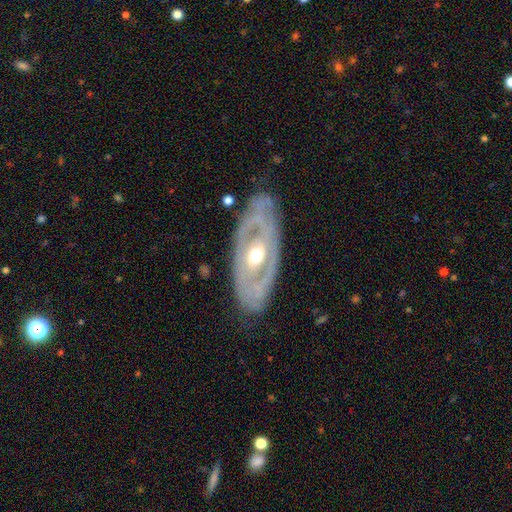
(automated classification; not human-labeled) Morphology: type=featured or disk (81%); edge-on=no (88%); bar=no (56%); spiral arms=yes (63%); bulge=moderate (70%); merging=none (76%).